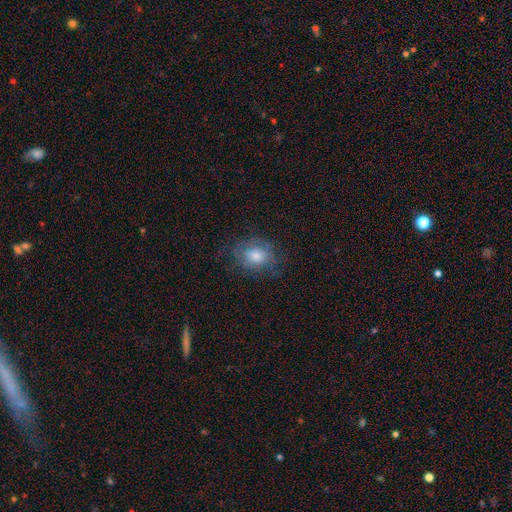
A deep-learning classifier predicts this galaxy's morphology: Smooth or featured? Predicted: smooth (p=0.62). How rounded? Predicted: in between (p=0.54). Merging? Predicted: none (p=0.67).